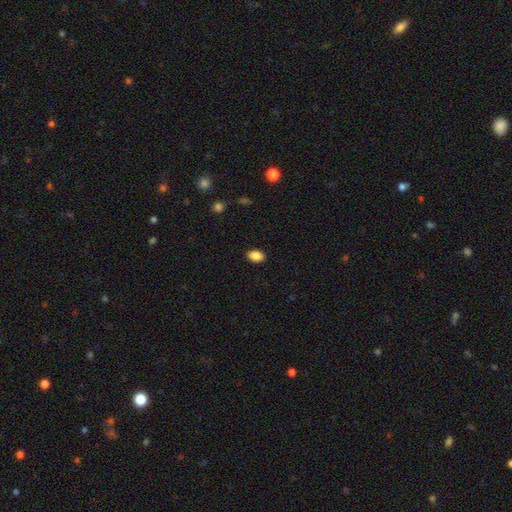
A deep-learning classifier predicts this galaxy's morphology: A smooth galaxy with no disk features (87%) that is in between round and cigar-shaped (86%).

Vote fractions:
- Smooth or featured? smooth: 87% / star or artifact: 8% / featured or disk: 4%
- How rounded? in between: 86% / round: 13% / cigar-shaped: 1%
- Merging? none: 89% / minor disturbance: 8% / major disturbance: 2% / merger: 1%